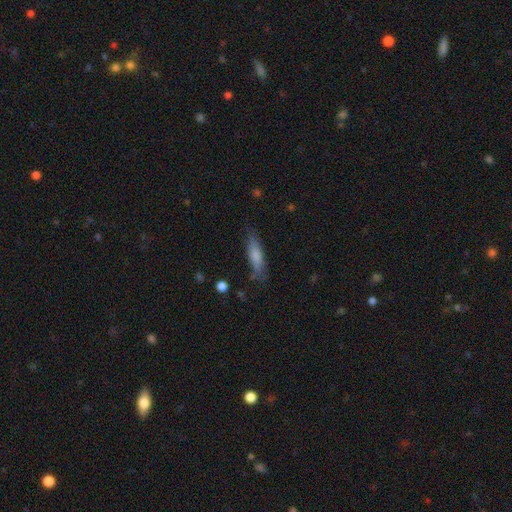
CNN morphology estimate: type=smooth (75%); roundness=cigar-shaped (66%); merging=none (74%).